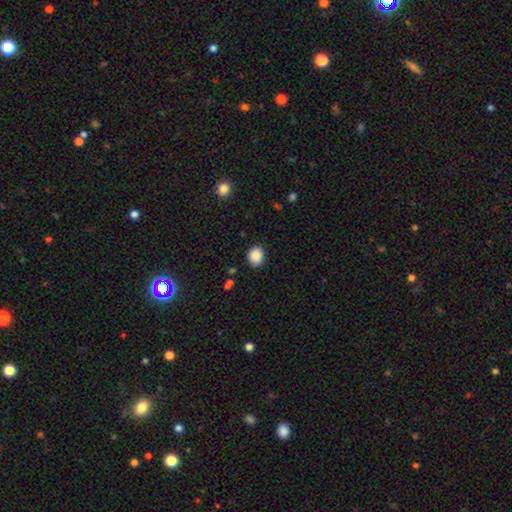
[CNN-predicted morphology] Smooth or featured?
  - smooth: 89% *
  - star or artifact: 8%
  - featured or disk: 3%
How rounded?
  - in between: 50% *
  - round: 49%
  - cigar-shaped: 1%
Merging?
  - none: 85% *
  - minor disturbance: 12%
  - major disturbance: 3%
  - merger: 1%